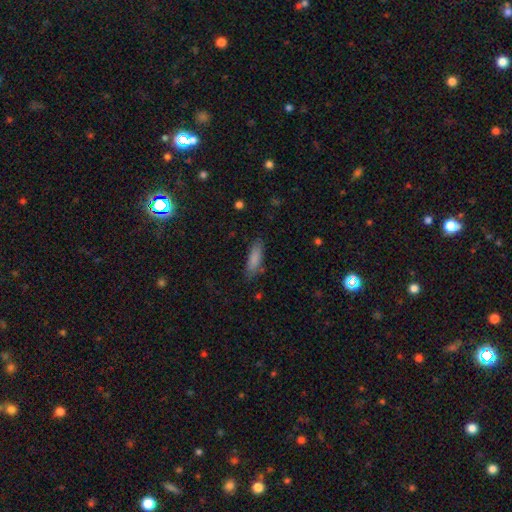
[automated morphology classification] Smooth or featured? smooth (75%)
How rounded? cigar-shaped (54%)
Merging? none (82%)